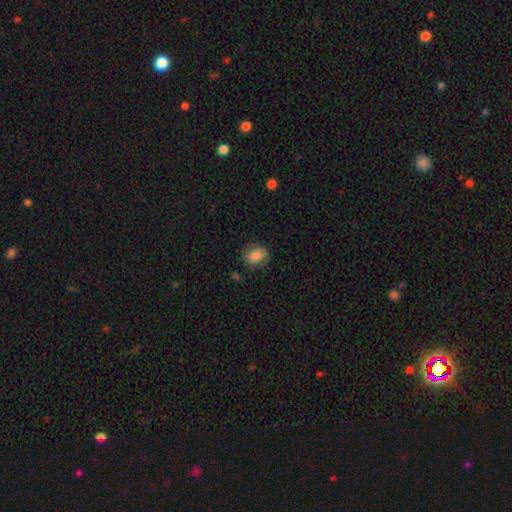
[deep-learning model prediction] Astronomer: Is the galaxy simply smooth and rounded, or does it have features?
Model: smooth — 83%.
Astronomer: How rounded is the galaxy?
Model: in between — 58% (runner-up: round, 41%).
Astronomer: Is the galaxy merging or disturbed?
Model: none — 81%.